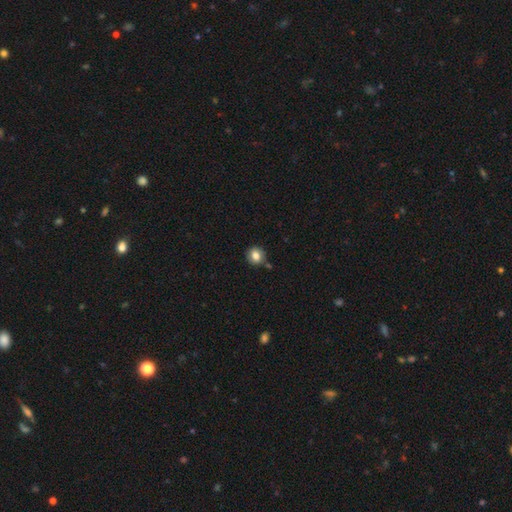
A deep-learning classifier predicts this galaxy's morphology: Smooth or featured? Predicted: smooth (p=0.82). How rounded? Predicted: round (p=0.87). Merging? Predicted: none (p=0.82).